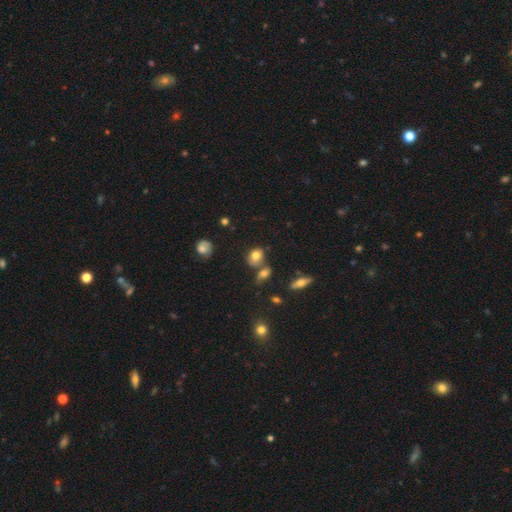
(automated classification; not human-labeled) Smooth or featured: smooth — 76% (star or artifact — 12%)
How rounded: in between — 52% (round — 46%)
Merging: none — 60% (merger — 20%)